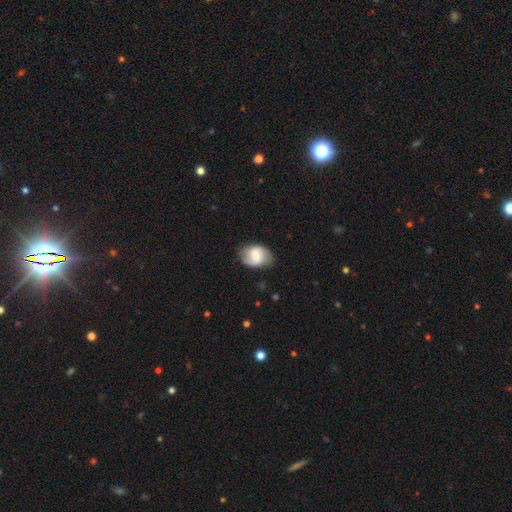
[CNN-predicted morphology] Q: Smooth or featured?
A: featured or disk (54%); runner-up: smooth (39%)
Q: Edge-on disk?
A: no (97%); runner-up: yes (3%)
Q: Bar?
A: weak (50%); runner-up: strong (27%)
Q: Spiral arms?
A: yes (83%); runner-up: no (17%)
Q: Bulge size?
A: small (44%); runner-up: moderate (39%)
Q: Merging?
A: none (77%); runner-up: minor disturbance (17%)